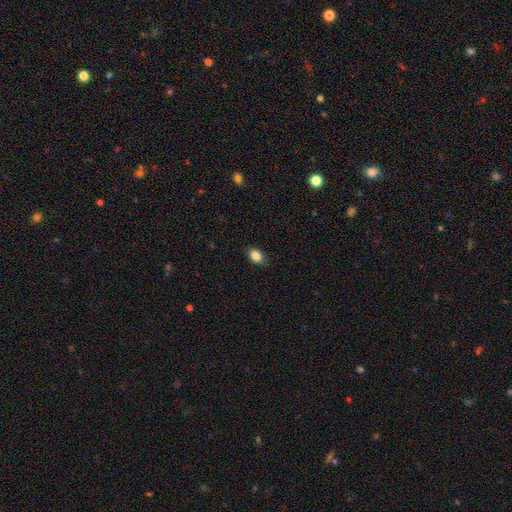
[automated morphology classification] Smooth or featured: smooth — 86% (star or artifact — 9%)
How rounded: in between — 75% (round — 24%)
Merging: none — 85% (minor disturbance — 12%)